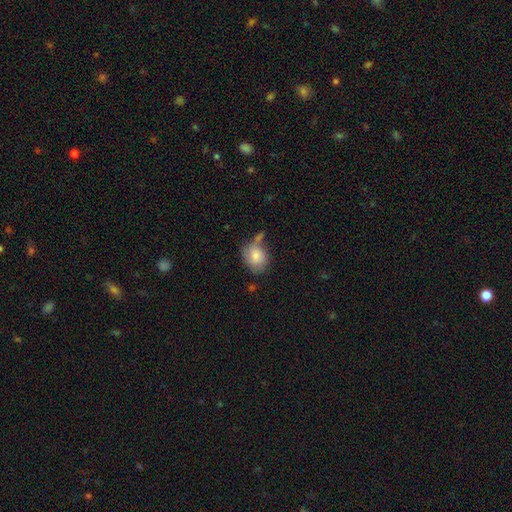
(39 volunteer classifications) Smooth or featured: smooth — 85% (featured or disk — 10%)
How rounded: round — 67% (in between — 33%)
Merging: none — 41% (minor disturbance — 30%)